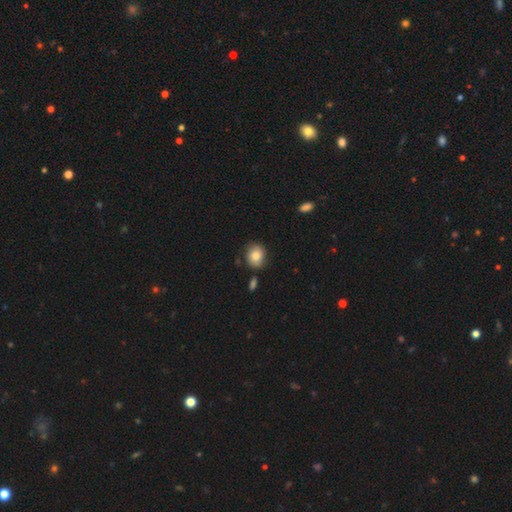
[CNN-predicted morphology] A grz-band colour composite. It shows a smooth galaxy with no disk features (80%) that is round (65%). Merging: none (73%).